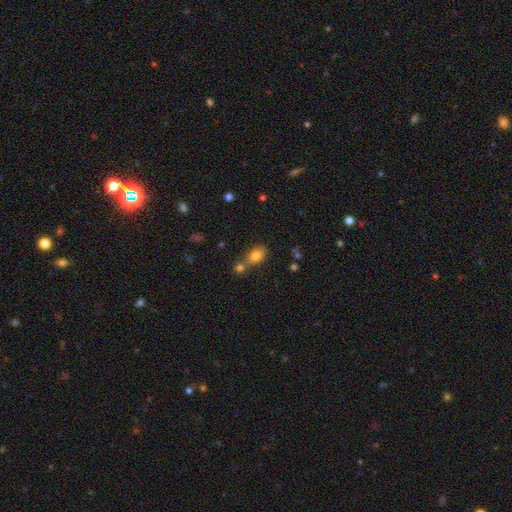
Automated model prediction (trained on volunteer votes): Overall: smooth (81%). How rounded: in between (79%). Merging: none (50%; merger 35%).